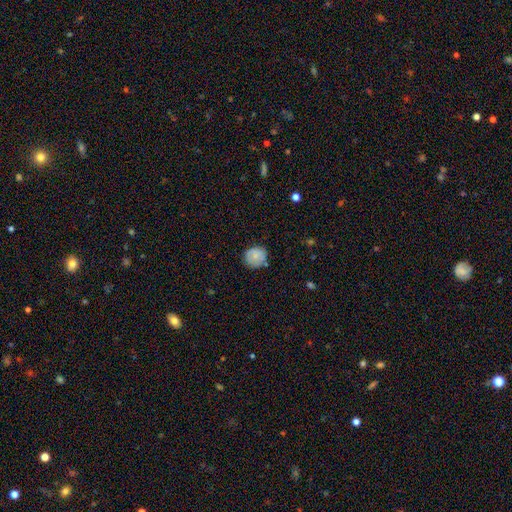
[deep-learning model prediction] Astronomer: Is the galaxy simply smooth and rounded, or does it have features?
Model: smooth — 75%.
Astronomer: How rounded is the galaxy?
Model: round — 83%.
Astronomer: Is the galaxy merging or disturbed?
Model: none — 77%.